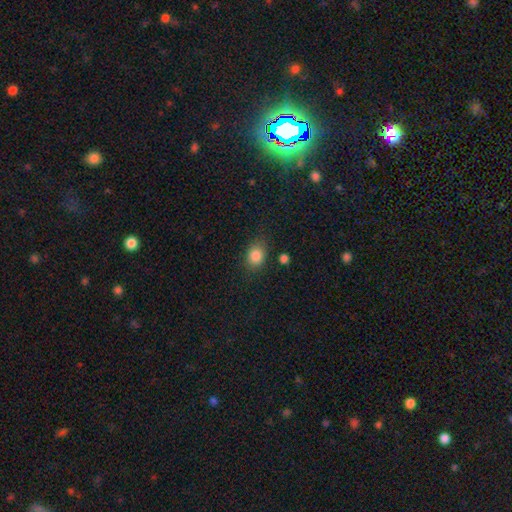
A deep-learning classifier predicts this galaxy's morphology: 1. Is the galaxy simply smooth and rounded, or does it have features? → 84% smooth, 10% star or artifact, 6% featured or disk.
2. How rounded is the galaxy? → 53% in between, 46% round, 1% cigar-shaped.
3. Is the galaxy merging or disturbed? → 78% none, 15% minor disturbance, 4% major disturbance, 3% merger.